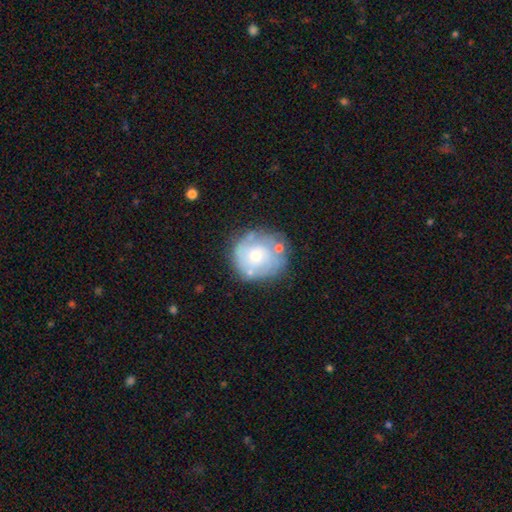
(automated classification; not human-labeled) smooth_or_featured: featured or disk (p=0.56) [alt: smooth p=0.37]
disk_edge_on: no (p=0.97) [alt: yes p=0.03]
bar: no (p=0.85) [alt: weak p=0.13]
has_spiral_arms: yes (p=0.56) [alt: no p=0.44]
bulge_size: moderate (p=0.48) [alt: small p=0.46]
merging: none (p=0.65) [alt: minor disturbance p=0.20]